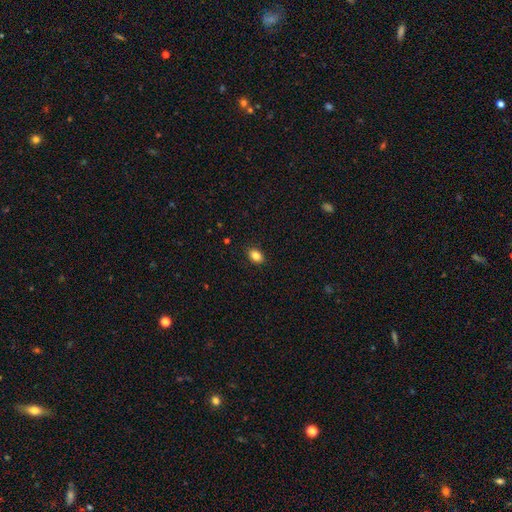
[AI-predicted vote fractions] This is clearly a smooth galaxy (86%). How rounded: clearly in between (80%). Merging: clearly none (89%).